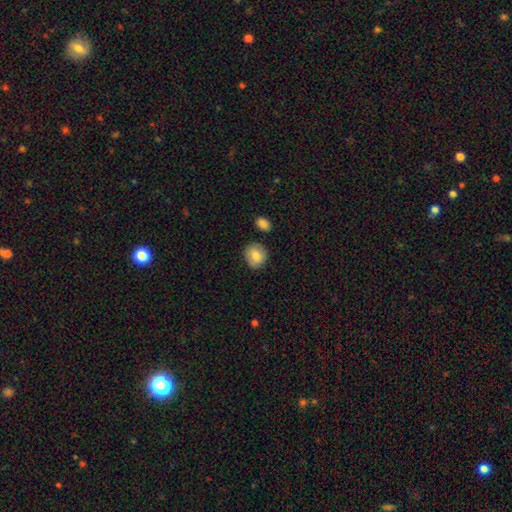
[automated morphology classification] This is clearly a smooth galaxy (82%). How rounded: likely round (80%). Merging: clearly none (82%).